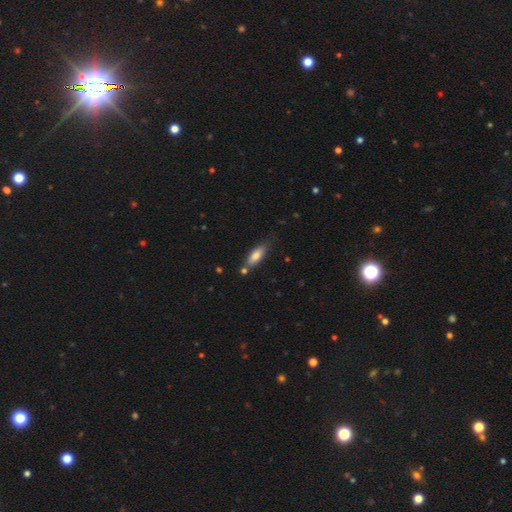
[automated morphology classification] This appears to be a smooth galaxy with no disk features (78%) that is in between round and cigar-shaped (67%). Merging: none (65%).